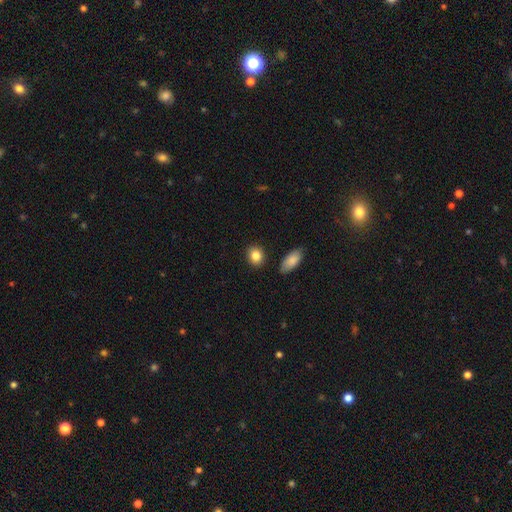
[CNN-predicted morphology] Smooth or featured? smooth (85%)
How rounded? round (52%)
Merging? none (86%)